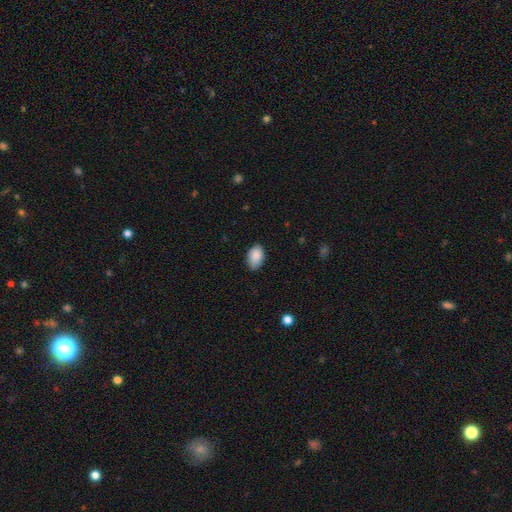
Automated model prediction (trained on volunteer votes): Smooth or featured? Predicted: smooth (p=0.88). How rounded? Predicted: in between (p=0.90). Merging? Predicted: none (p=0.82).